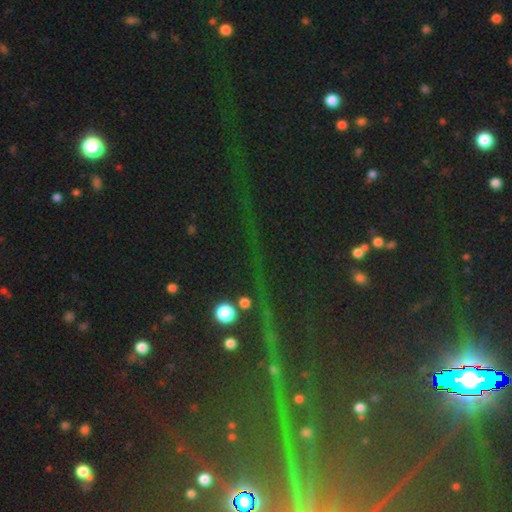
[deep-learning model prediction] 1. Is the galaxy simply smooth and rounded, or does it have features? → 77% star or artifact, 12% smooth, 11% featured or disk.